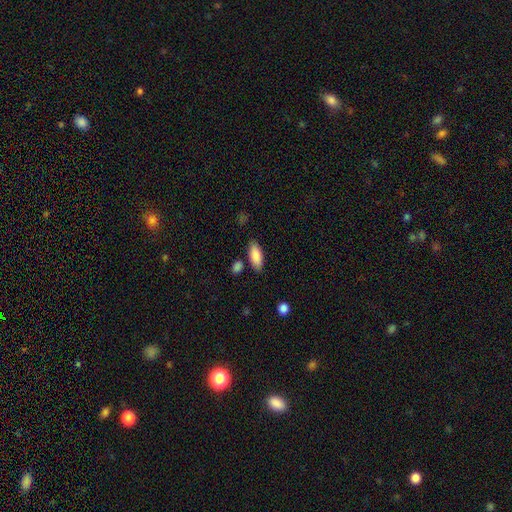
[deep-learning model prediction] smooth_or_featured: smooth (p=0.87) [alt: featured or disk p=0.07]
how_rounded: in between (p=0.81) [alt: cigar-shaped p=0.17]
merging: none (p=0.81) [alt: minor disturbance p=0.12]